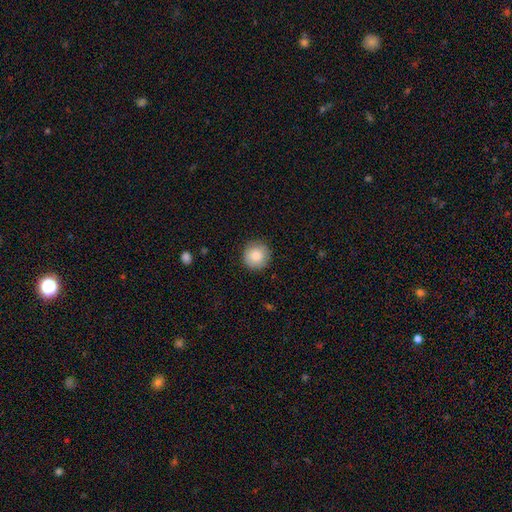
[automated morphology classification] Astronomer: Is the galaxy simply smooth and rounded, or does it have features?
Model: smooth — 85%.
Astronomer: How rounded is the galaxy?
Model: round — 94%.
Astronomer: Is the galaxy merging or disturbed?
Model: none — 89%.